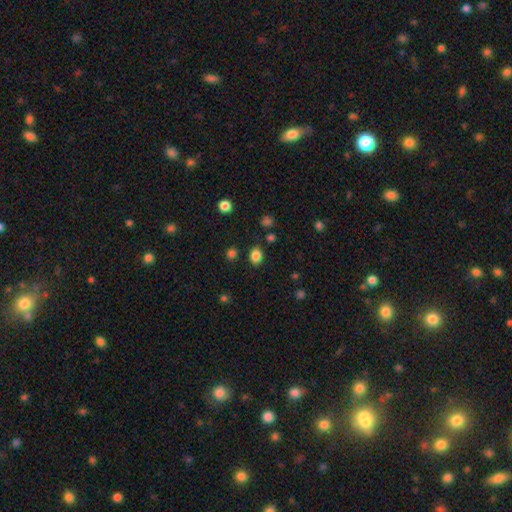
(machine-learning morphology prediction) A smooth galaxy with no disk features (84%) that is in between round and cigar-shaped (58%).

Vote fractions:
- Smooth or featured? smooth: 84% / star or artifact: 11% / featured or disk: 4%
- How rounded? in between: 58% / round: 41% / cigar-shaped: 1%
- Merging? none: 84% / minor disturbance: 10% / major disturbance: 3% / merger: 3%